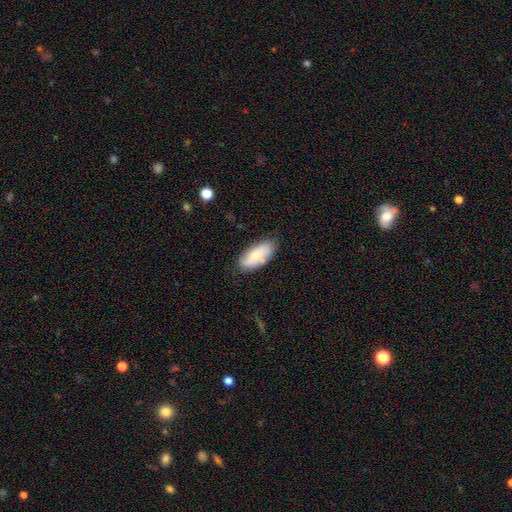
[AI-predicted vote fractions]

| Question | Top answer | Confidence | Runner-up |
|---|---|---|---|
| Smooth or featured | smooth | 63% | featured or disk (30%) |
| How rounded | in between | 90% | cigar-shaped (7%) |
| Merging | none | 76% | minor disturbance (18%) |